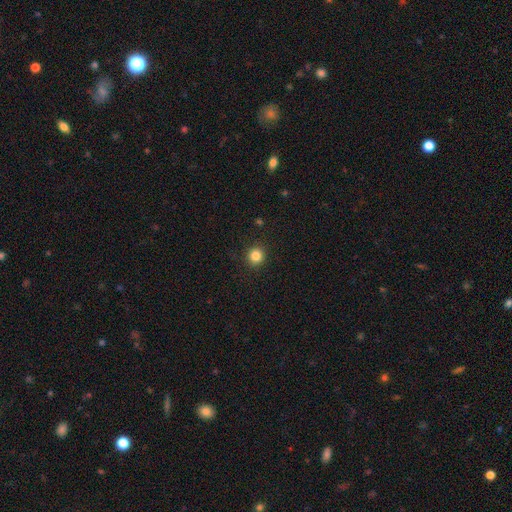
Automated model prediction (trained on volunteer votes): A smooth galaxy with no disk features (84%) that is round (93%).

Vote fractions:
- Smooth or featured? smooth: 84% / star or artifact: 12% / featured or disk: 4%
- How rounded? round: 93% / in between: 6% / cigar-shaped: 1%
- Merging? none: 91% / minor disturbance: 6% / major disturbance: 2% / merger: 1%